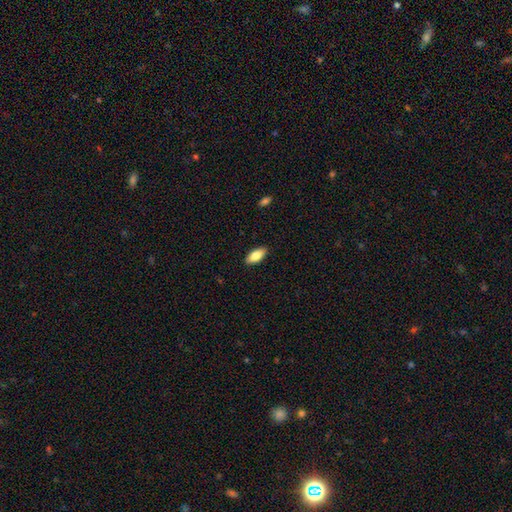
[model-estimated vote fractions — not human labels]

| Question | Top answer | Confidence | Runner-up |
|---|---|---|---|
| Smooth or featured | smooth | 85% | featured or disk (9%) |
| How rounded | in between | 87% | cigar-shaped (10%) |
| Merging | none | 89% | minor disturbance (9%) |